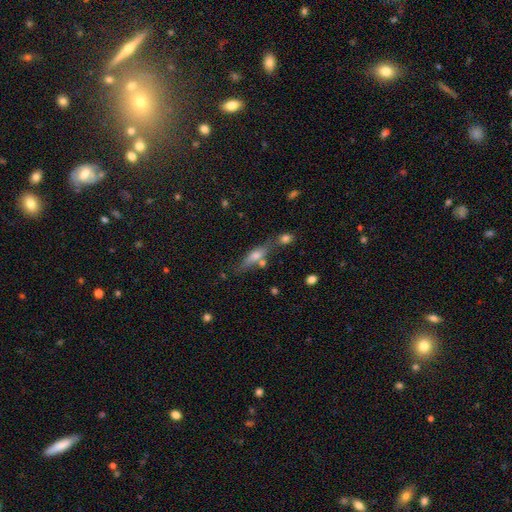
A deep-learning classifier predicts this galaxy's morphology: smooth-or-featured: featured or disk: 46% | smooth: 41% | star or artifact: 12%
  merging: none: 62% | merger: 17% | minor disturbance: 15% | major disturbance: 6%